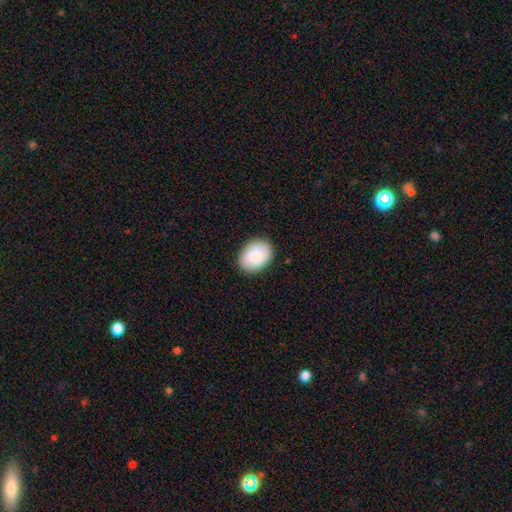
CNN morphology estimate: smooth_or_featured: smooth (p=0.86) [alt: featured or disk p=0.08]
how_rounded: in between (p=0.69) [alt: round p=0.30]
merging: none (p=0.87) [alt: minor disturbance p=0.10]